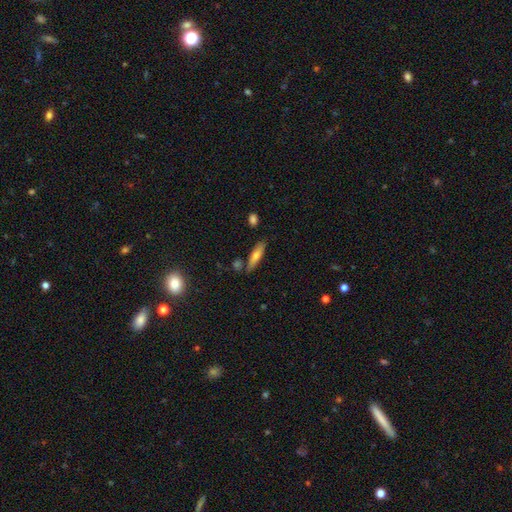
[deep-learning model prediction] The model was most divided on "how rounded": cigar-shaped: 64%, in between: 34%, round: 2%. More confident: merging — none (78%); smooth or featured — smooth (63%).